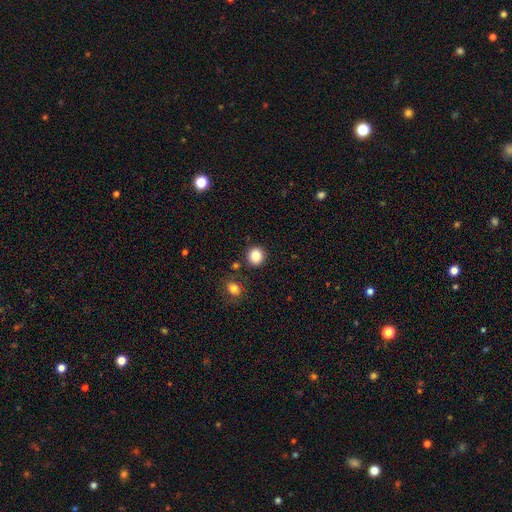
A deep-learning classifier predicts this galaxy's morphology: A smooth galaxy with no disk features (86%) that is round (90%).

Vote fractions:
- Smooth or featured? smooth: 86% / star or artifact: 10% / featured or disk: 4%
- How rounded? round: 90% / in between: 9% / cigar-shaped: 1%
- Merging? none: 87% / minor disturbance: 7% / merger: 4% / major disturbance: 2%